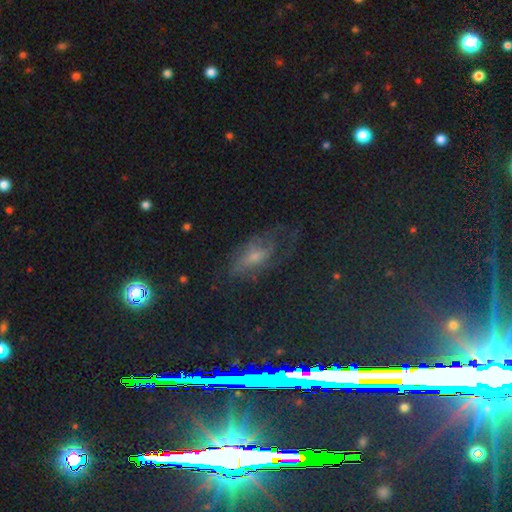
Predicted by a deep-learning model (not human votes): A featured or disk galaxy (40%). Merging: none (48%).